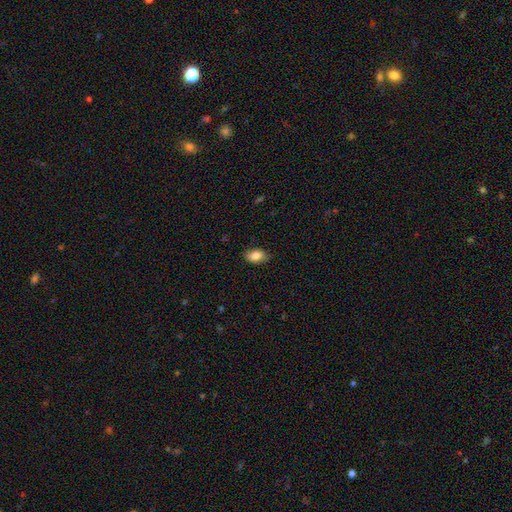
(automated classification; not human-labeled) Smooth or featured? Predicted: smooth (p=0.84). How rounded? Predicted: in between (p=0.90). Merging? Predicted: none (p=0.83).